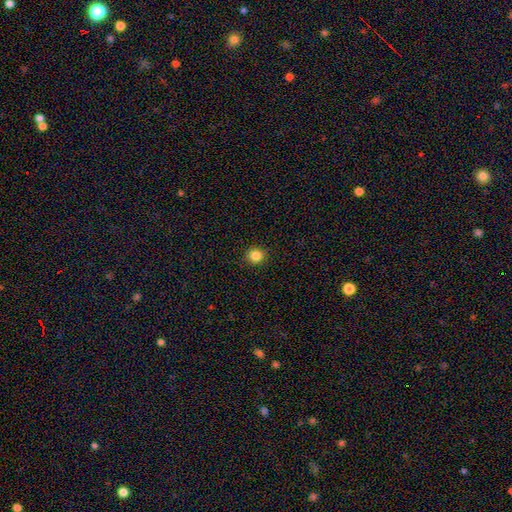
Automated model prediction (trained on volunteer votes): smooth_or_featured: smooth (p=0.85) [alt: star or artifact p=0.11]
how_rounded: round (p=0.89) [alt: in between p=0.10]
merging: none (p=0.92) [alt: minor disturbance p=0.06]